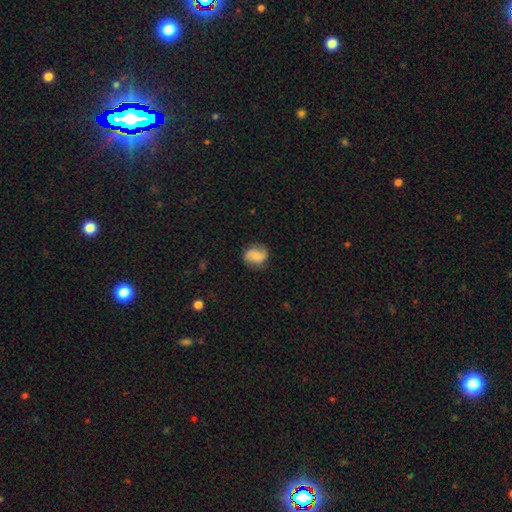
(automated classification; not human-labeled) The model was most divided on "how rounded": round: 55%, in between: 44%, cigar-shaped: 2%. More confident: merging — none (74%); smooth or featured — smooth (64%).